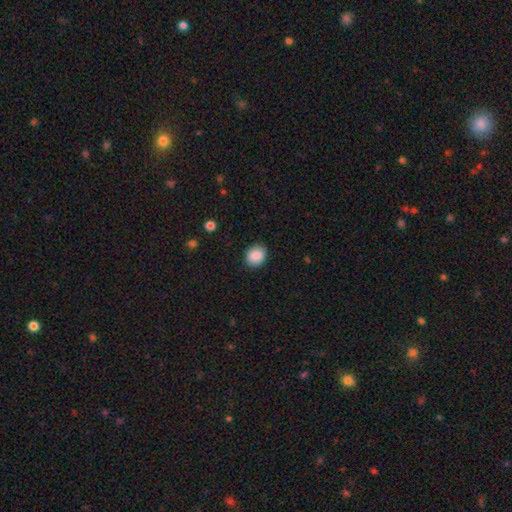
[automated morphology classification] Overall: smooth (88%). How rounded: round (56%; in between 43%). Merging: none (88%).